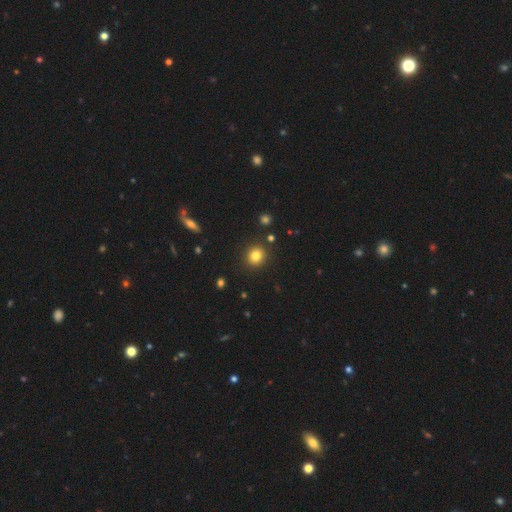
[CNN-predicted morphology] The model was most divided on "smooth or featured": smooth: 81%, star or artifact: 13%, featured or disk: 6%. More confident: merging — none (89%); how rounded — round (85%).